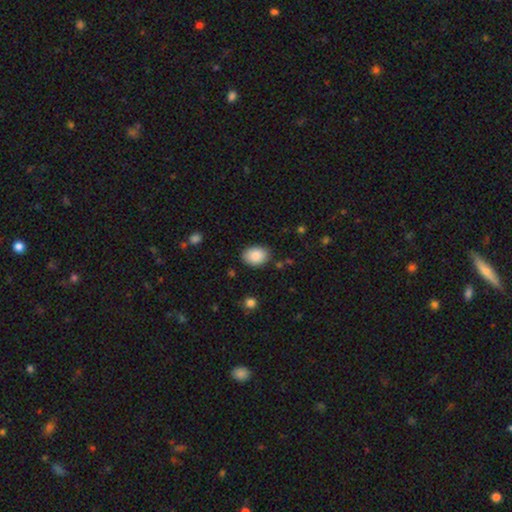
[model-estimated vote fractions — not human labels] A smooth galaxy with no disk features (88%) that is in between round and cigar-shaped (72%). Merging: none (85%).